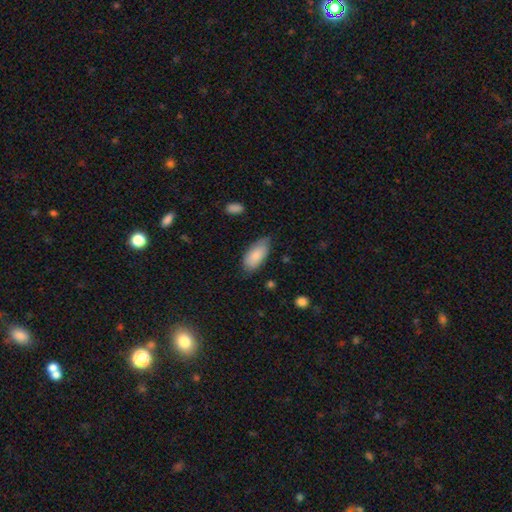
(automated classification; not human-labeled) A smooth galaxy with no disk features (84%) that is in between round and cigar-shaped (92%). Merging: none (66%).